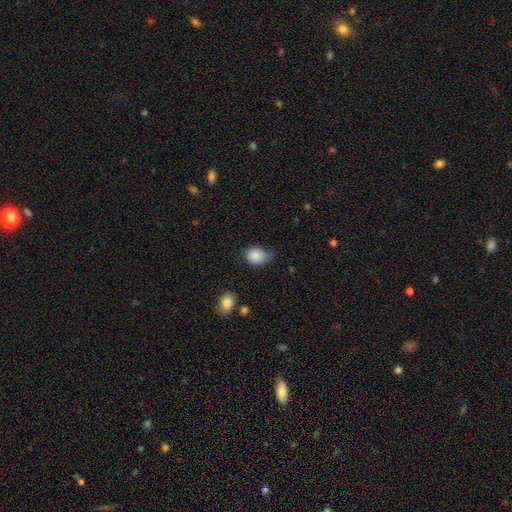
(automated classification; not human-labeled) Smooth or featured: smooth — 87% (star or artifact — 8%)
How rounded: in between — 58% (round — 41%)
Merging: none — 53% (minor disturbance — 37%)